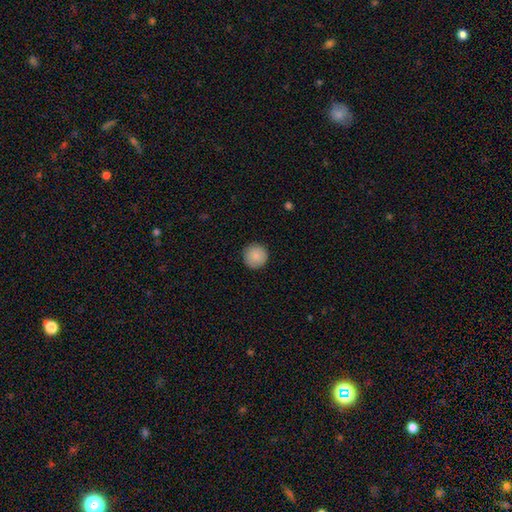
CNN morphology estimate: type=smooth (88%); roundness=round (96%); merging=none (92%).